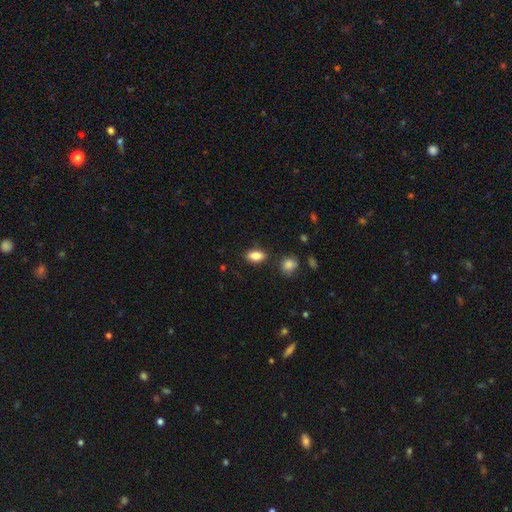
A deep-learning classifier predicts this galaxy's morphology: type=smooth (85%); roundness=in between (89%); merging=none (84%).